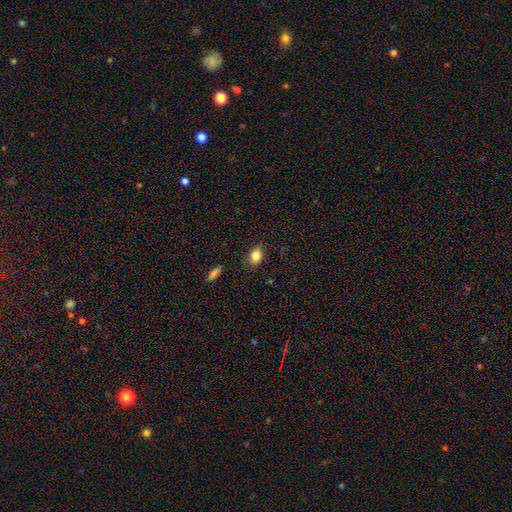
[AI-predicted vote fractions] This appears to be a smooth galaxy with no disk features (84%) that is in between round and cigar-shaped (77%). Merging: none (84%).